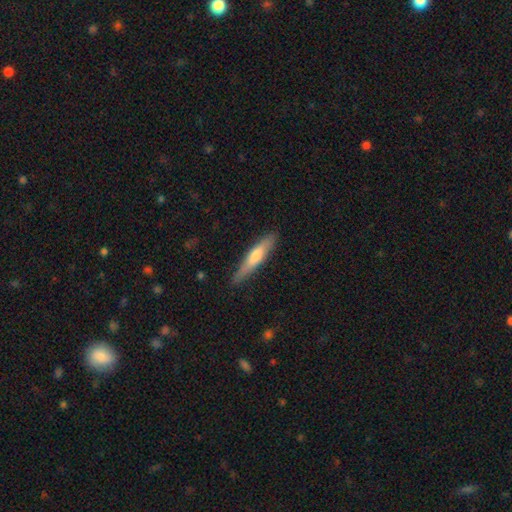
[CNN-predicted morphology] Q: Smooth or featured?
A: smooth (54%); runner-up: featured or disk (40%)
Q: How rounded?
A: cigar-shaped (89%); runner-up: in between (10%)
Q: Merging?
A: none (85%); runner-up: minor disturbance (12%)